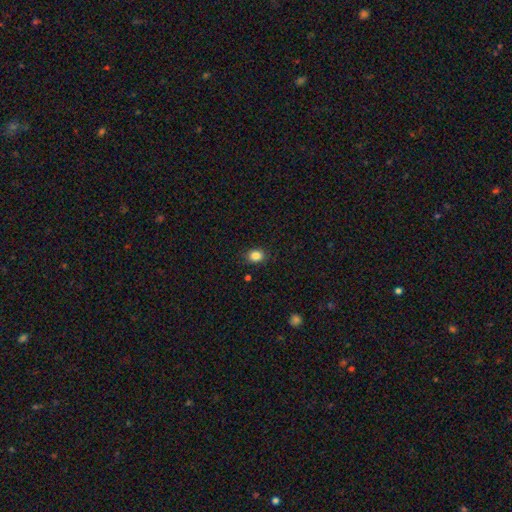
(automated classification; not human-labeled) smooth-or-featured: smooth: 84% | star or artifact: 11% | featured or disk: 5%
  how-rounded: round: 54% | in between: 45% | cigar-shaped: 1%
  merging: none: 86% | minor disturbance: 11% | major disturbance: 2% | merger: 1%